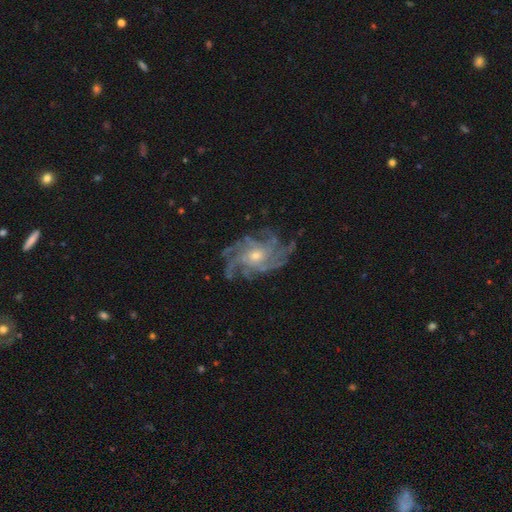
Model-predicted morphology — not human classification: A featured or disk galaxy (87%) with no bar (73%), more than 4 (28%) tight (48%) spiral arms (97%) and a moderate central bulge (48%). Merging: none (76%).